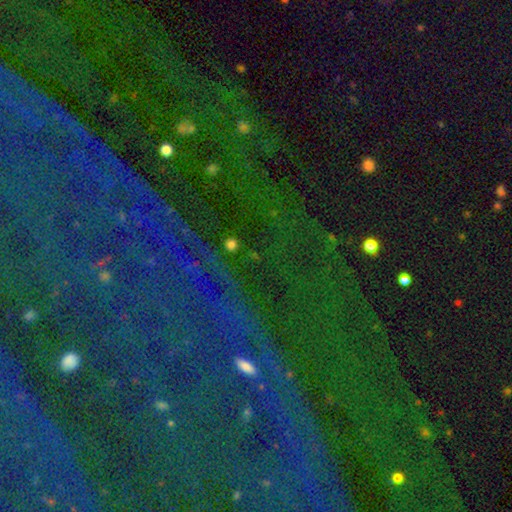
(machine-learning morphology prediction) smooth-or-featured: star or artifact: 83% | featured or disk: 9% | smooth: 8%